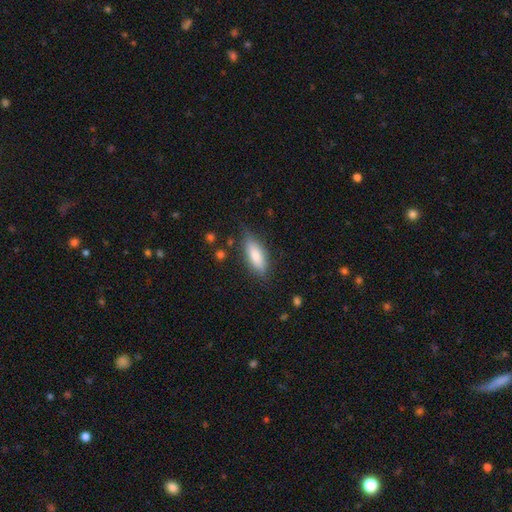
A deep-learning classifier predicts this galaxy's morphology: Overall: smooth (76%). How rounded: in between (67%; cigar-shaped 31%). Merging: none (75%).